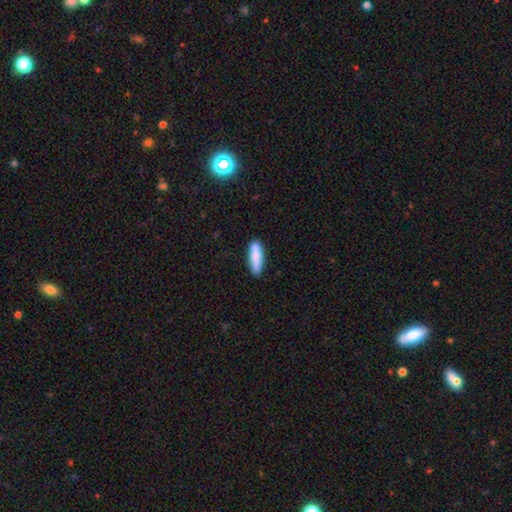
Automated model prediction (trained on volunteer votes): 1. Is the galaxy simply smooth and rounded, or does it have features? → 82% smooth, 12% featured or disk, 6% star or artifact.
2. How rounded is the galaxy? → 67% cigar-shaped, 32% in between, 2% round.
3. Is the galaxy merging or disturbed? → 86% none, 10% minor disturbance, 2% major disturbance, 1% merger.